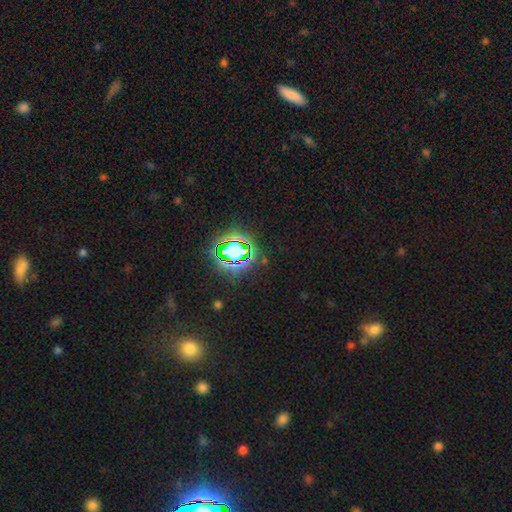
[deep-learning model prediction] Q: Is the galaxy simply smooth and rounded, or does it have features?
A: star or artifact — 78%.